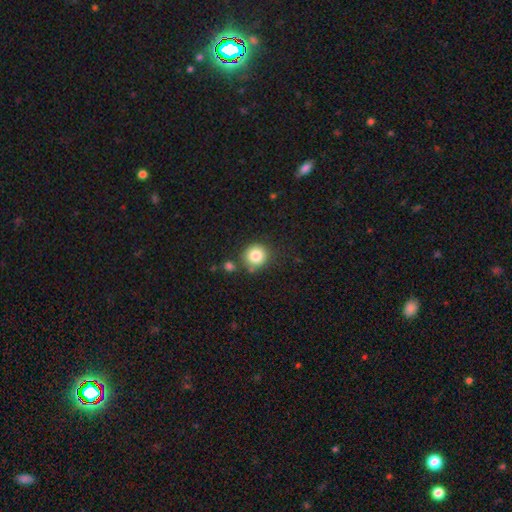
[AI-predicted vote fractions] Smooth or featured? Predicted: smooth (p=0.83). How rounded? Predicted: round (p=0.92). Merging? Predicted: none (p=0.78).